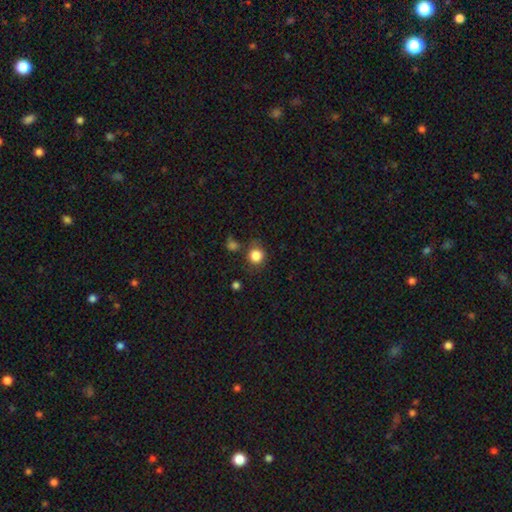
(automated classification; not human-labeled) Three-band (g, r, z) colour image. It shows a smooth galaxy with no disk features (84%) that is round (86%). Merging: none (73%).